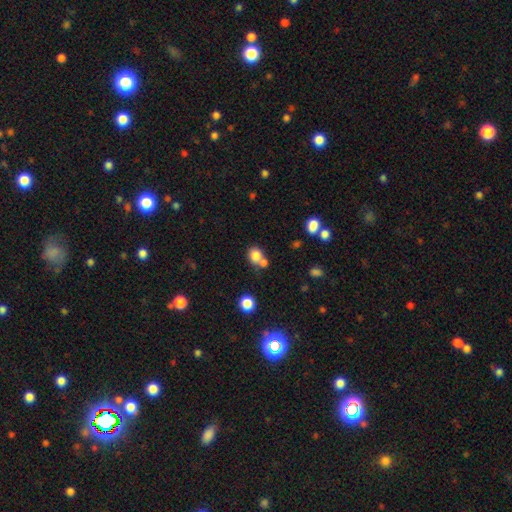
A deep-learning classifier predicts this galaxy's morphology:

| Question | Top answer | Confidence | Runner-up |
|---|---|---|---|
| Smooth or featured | smooth | 79% | star or artifact (12%) |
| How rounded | round | 72% | in between (27%) |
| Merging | none | 45% | merger (42%) |